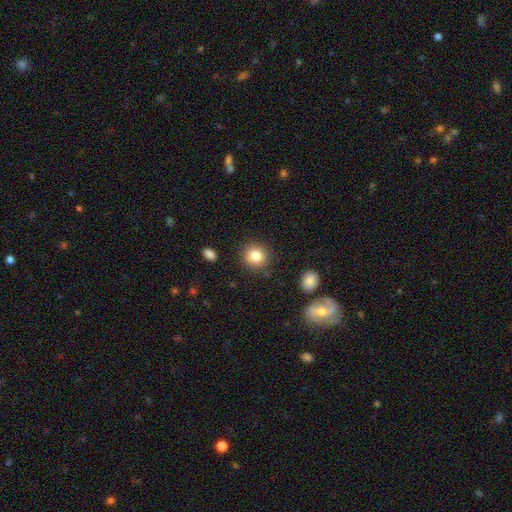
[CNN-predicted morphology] type=smooth (83%); roundness=round (89%); merging=none (88%).